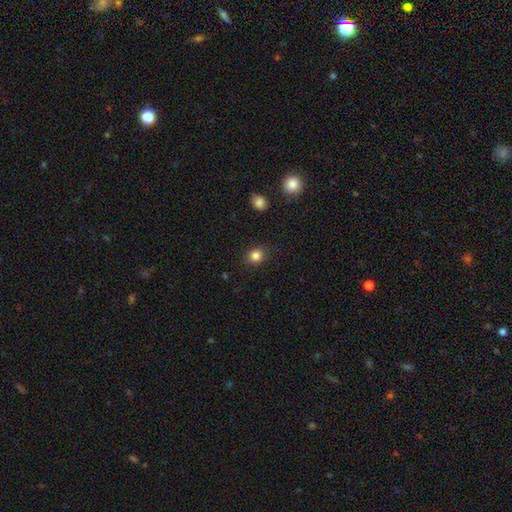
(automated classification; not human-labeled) A smooth galaxy with no disk features (83%) that is round (75%). Merging: none (86%).